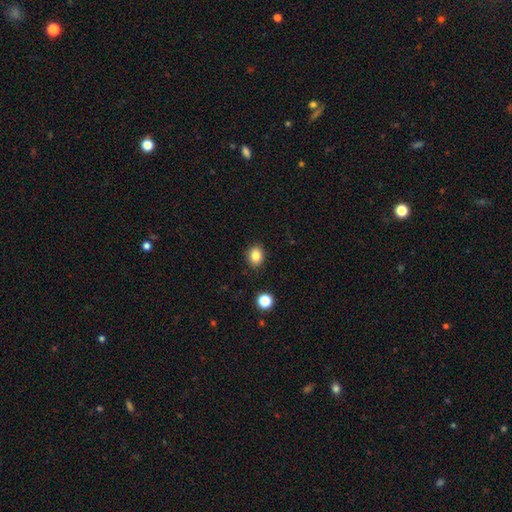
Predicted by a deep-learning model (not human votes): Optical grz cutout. It shows a smooth galaxy with no disk features (84%) that is round (52%). Merging: none (89%).